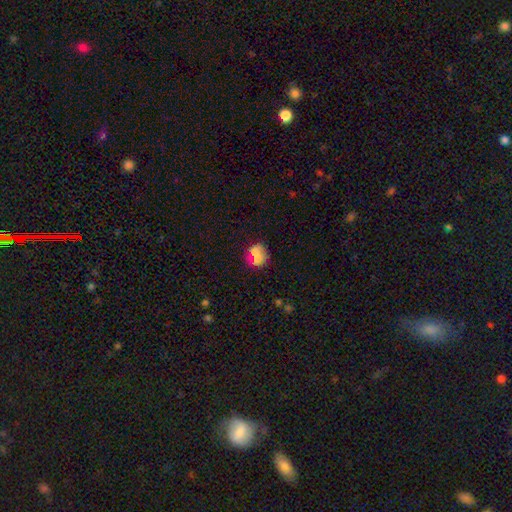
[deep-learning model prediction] A smooth galaxy with no disk features (58%) that is round (74%). Merging: none (54%).